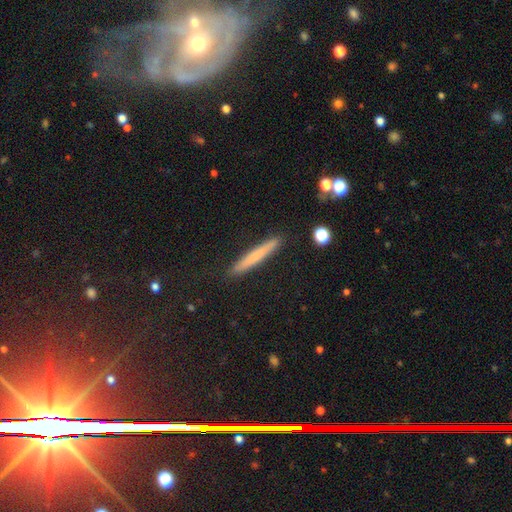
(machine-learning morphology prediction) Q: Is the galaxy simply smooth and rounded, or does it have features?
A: smooth — 67%.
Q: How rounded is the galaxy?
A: cigar-shaped — 96%.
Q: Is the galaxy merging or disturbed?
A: none — 91%.